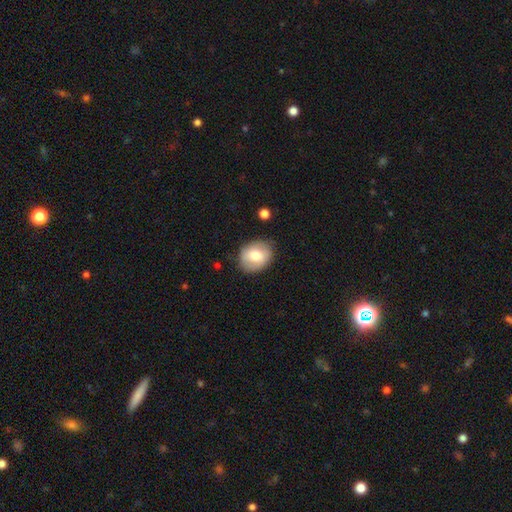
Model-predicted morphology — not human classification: Smooth or featured? smooth (73%)
How rounded? round (50%)
Merging? none (82%)